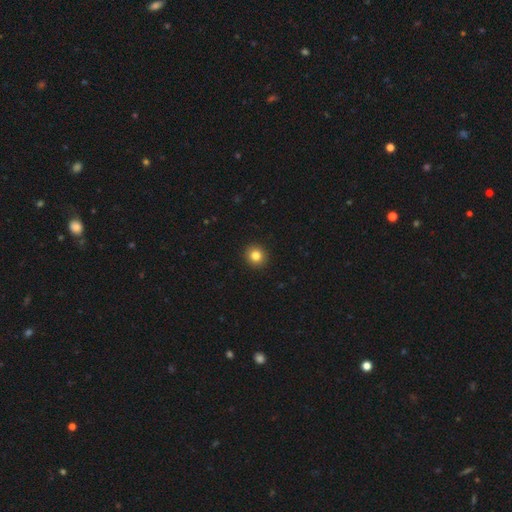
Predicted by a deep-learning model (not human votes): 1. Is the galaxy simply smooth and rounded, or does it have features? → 83% smooth, 11% star or artifact, 6% featured or disk.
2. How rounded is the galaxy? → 90% round, 9% in between, 1% cigar-shaped.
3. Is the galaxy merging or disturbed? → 93% none, 5% minor disturbance, 2% major disturbance, 1% merger.